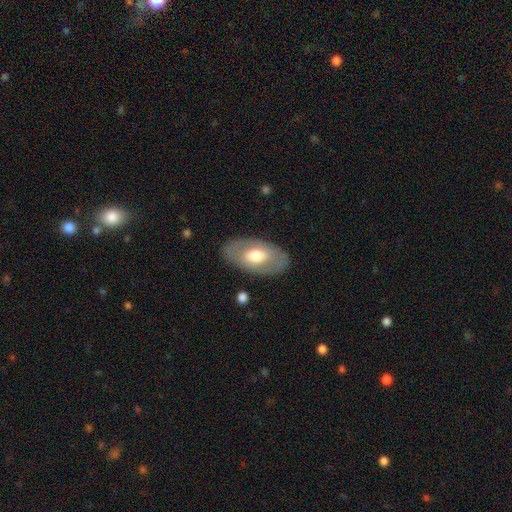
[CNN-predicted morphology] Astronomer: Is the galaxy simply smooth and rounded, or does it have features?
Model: smooth — 50% (runner-up: featured or disk, 45%).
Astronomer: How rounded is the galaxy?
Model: in between — 93%.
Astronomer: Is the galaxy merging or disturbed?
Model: none — 83%.